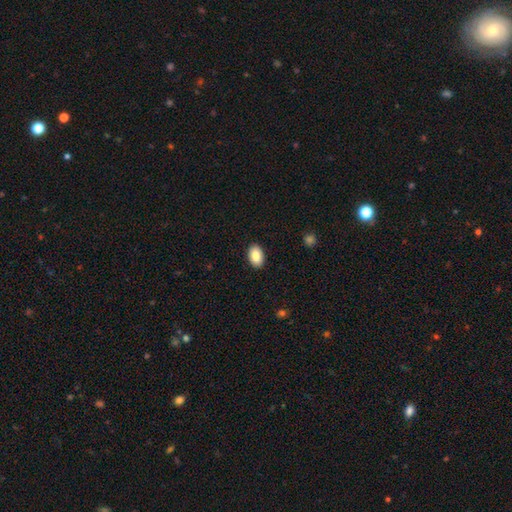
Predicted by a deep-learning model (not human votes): Q: Smooth or featured?
A: smooth (84%); runner-up: featured or disk (9%)
Q: How rounded?
A: in between (90%); runner-up: round (9%)
Q: Merging?
A: none (90%); runner-up: minor disturbance (8%)